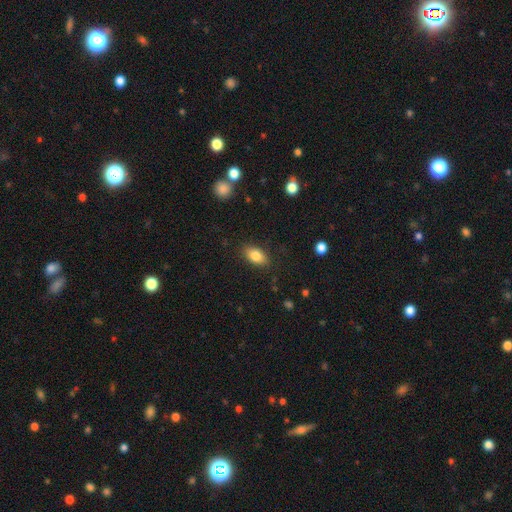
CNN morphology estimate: Overall: smooth (83%). How rounded: in between (89%). Merging: none (84%).